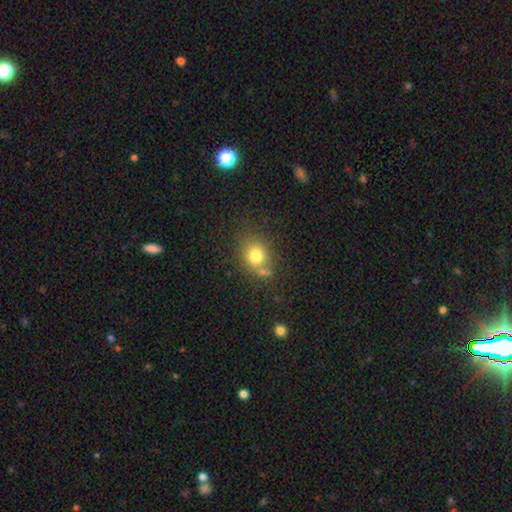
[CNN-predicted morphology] smooth 76%, star or artifact 13%, featured or disk 11%. Down the decision tree: how rounded — round (64%); merging — none (64%).